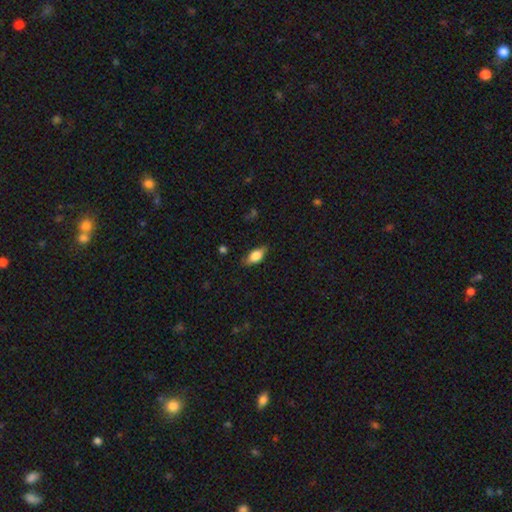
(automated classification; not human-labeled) A smooth galaxy with no disk features (69%) that is in between round and cigar-shaped (84%). Merging: none (76%).